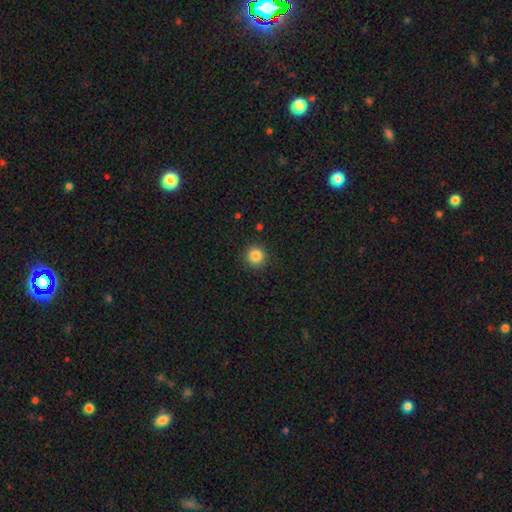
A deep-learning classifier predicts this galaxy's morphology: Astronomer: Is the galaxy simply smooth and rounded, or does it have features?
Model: smooth — 85%.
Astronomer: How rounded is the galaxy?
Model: round — 94%.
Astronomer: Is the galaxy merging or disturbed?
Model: none — 91%.